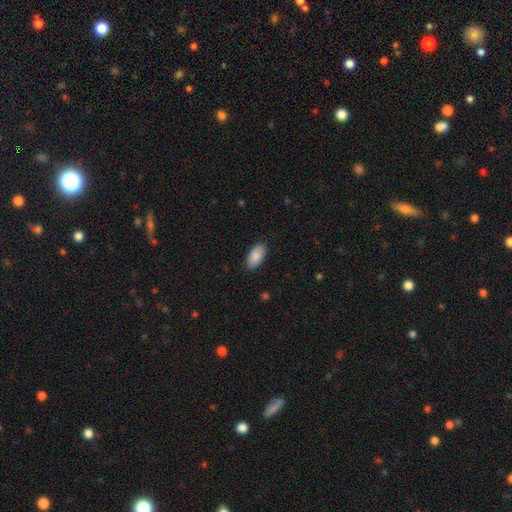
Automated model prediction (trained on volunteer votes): smooth_or_featured: smooth (p=0.90) [alt: star or artifact p=0.06]
how_rounded: in between (p=0.95) [alt: cigar-shaped p=0.04]
merging: none (p=0.88) [alt: minor disturbance p=0.09]